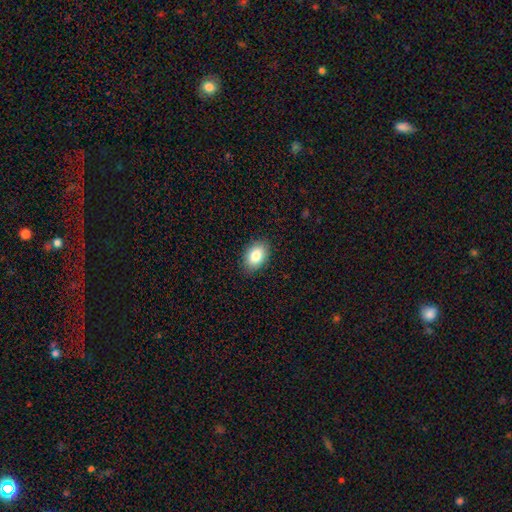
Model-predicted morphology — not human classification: Overall: smooth (83%). How rounded: in between (83%). Merging: none (88%).